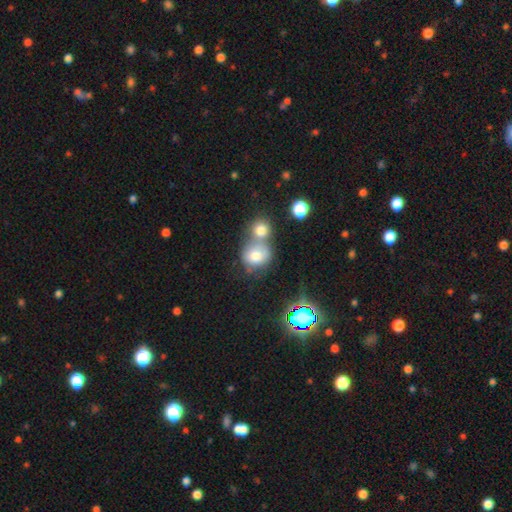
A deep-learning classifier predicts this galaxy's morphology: smooth 72%, featured or disk 15%, star or artifact 13%. Down the decision tree: how rounded — round (77%); merging — merger (53%).